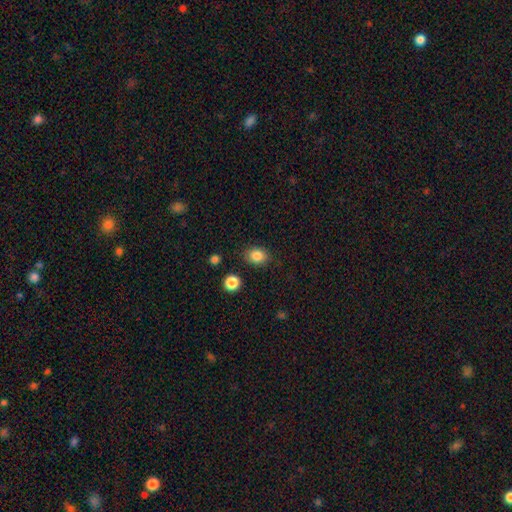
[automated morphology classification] Overall: smooth (85%). How rounded: in between (51%; round 48%). Merging: none (84%).